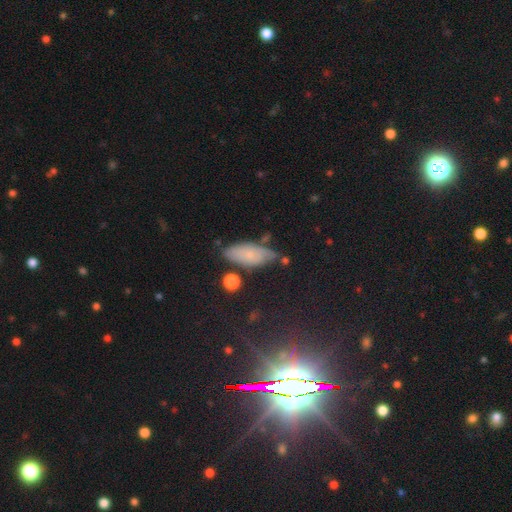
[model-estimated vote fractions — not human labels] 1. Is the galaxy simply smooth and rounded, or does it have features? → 66% smooth, 26% featured or disk, 8% star or artifact.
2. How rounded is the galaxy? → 84% in between, 13% cigar-shaped, 3% round.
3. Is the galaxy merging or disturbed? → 59% none, 27% minor disturbance, 7% major disturbance, 7% merger.